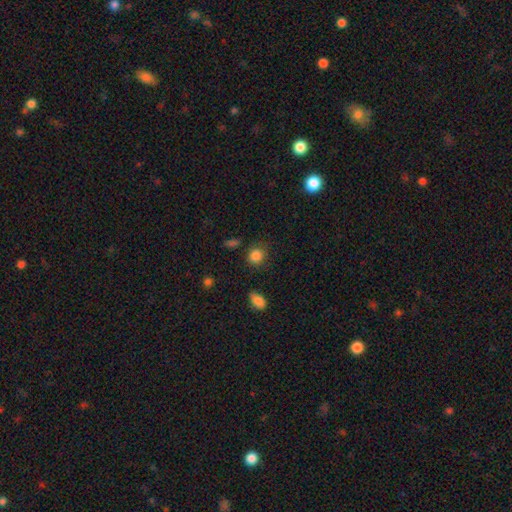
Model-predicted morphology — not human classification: type=smooth (85%); roundness=round (82%); merging=none (79%).